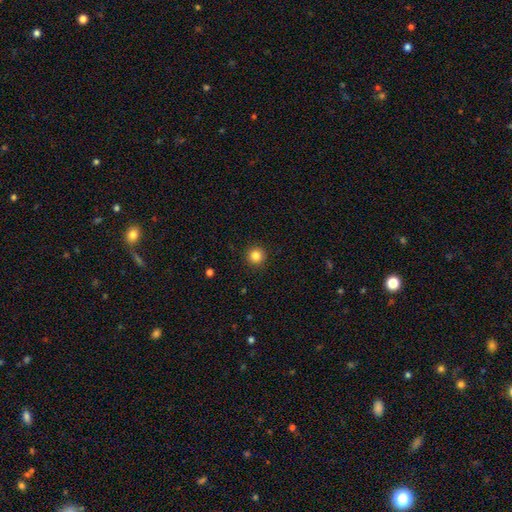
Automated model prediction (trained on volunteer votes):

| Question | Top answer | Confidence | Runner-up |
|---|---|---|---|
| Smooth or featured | smooth | 84% | star or artifact (11%) |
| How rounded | round | 96% | in between (4%) |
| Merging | none | 92% | minor disturbance (5%) |